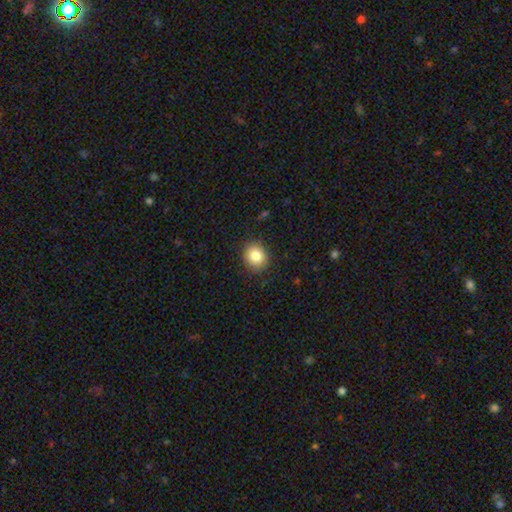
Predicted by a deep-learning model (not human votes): A smooth galaxy with no disk features (84%) that is round (74%).

Vote fractions:
- Smooth or featured? smooth: 84% / star or artifact: 10% / featured or disk: 7%
- How rounded? round: 74% / in between: 25% / cigar-shaped: 1%
- Merging? none: 89% / minor disturbance: 8% / major disturbance: 2% / merger: 1%